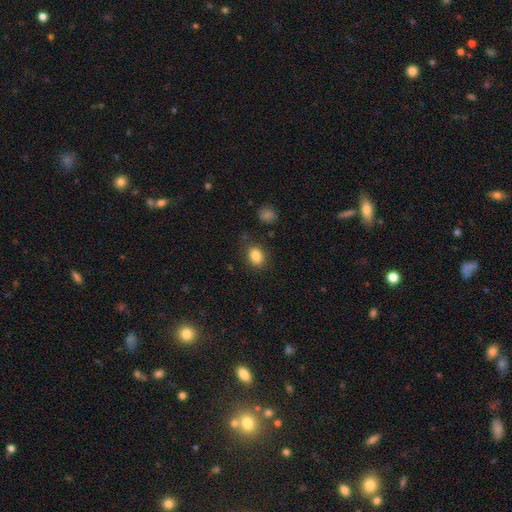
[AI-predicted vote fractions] This appears to be a smooth galaxy with no disk features (85%) that is in between round and cigar-shaped (64%). Merging: none (81%).